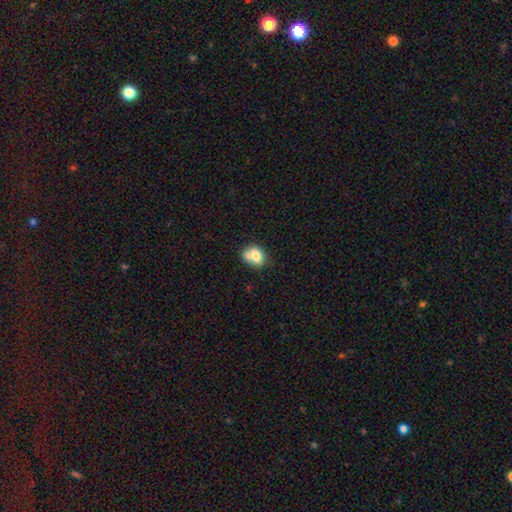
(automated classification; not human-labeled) Overall: smooth (71%). How rounded: in between (61%; round 37%). Merging: none (38%; merger 37%).